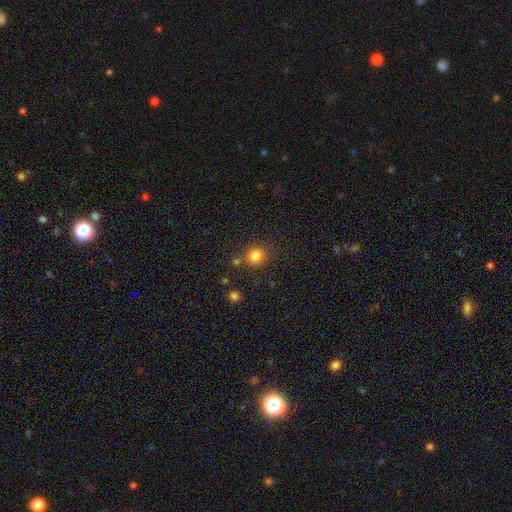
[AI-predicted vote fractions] Smooth or featured? smooth (82%)
How rounded? round (81%)
Merging? none (76%)